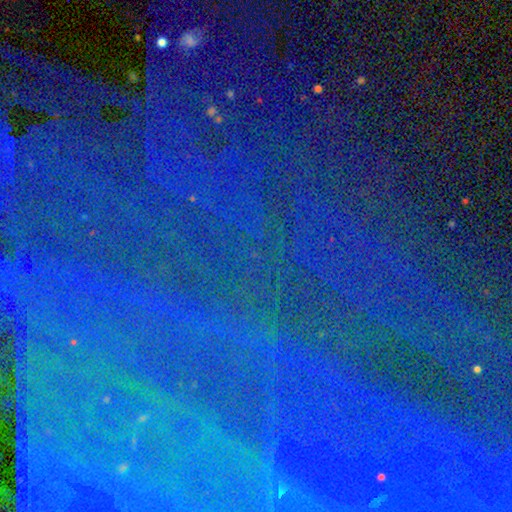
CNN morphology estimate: Overall: star or artifact (81%).